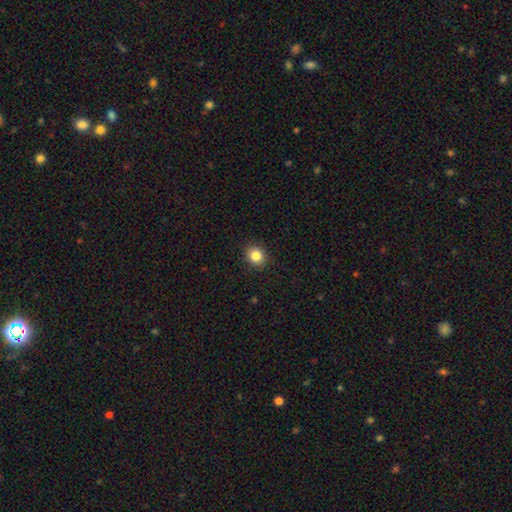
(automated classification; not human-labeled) smooth 84%, star or artifact 10%, featured or disk 5%. Down the decision tree: how rounded — round (76%); merging — none (91%).